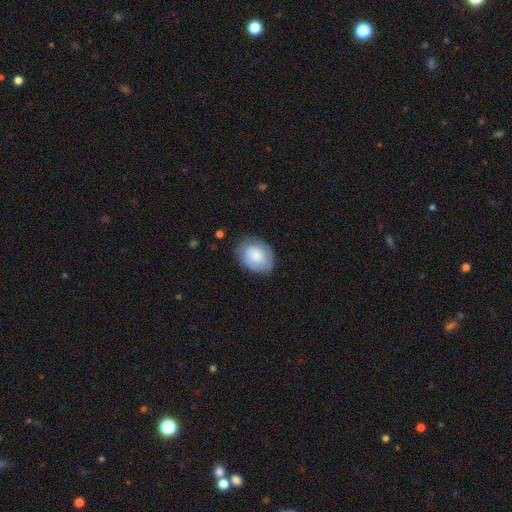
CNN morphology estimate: Q: Smooth or featured?
A: smooth (75%); runner-up: featured or disk (18%)
Q: How rounded?
A: in between (65%); runner-up: round (34%)
Q: Merging?
A: none (74%); runner-up: minor disturbance (19%)